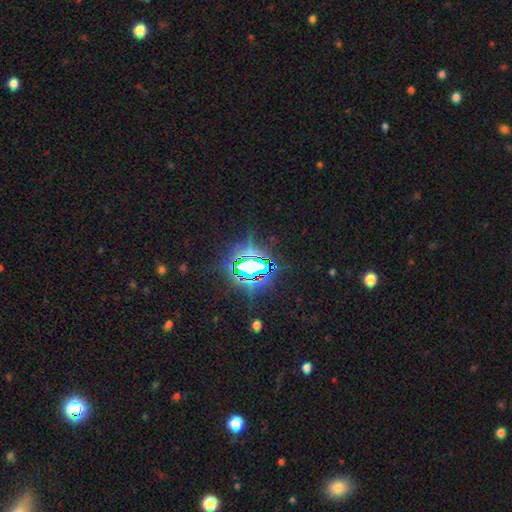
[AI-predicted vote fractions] A star or artifact, not a galaxy (84%).

Vote fractions:
- Smooth or featured? star or artifact: 84% / smooth: 9% / featured or disk: 7%